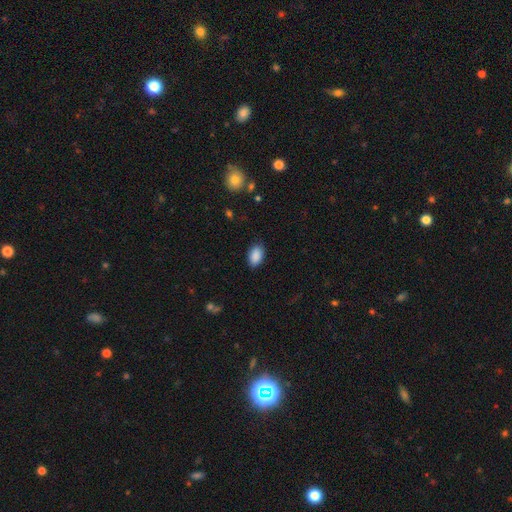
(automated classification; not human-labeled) Smooth or featured? smooth (90%)
How rounded? in between (92%)
Merging? none (87%)